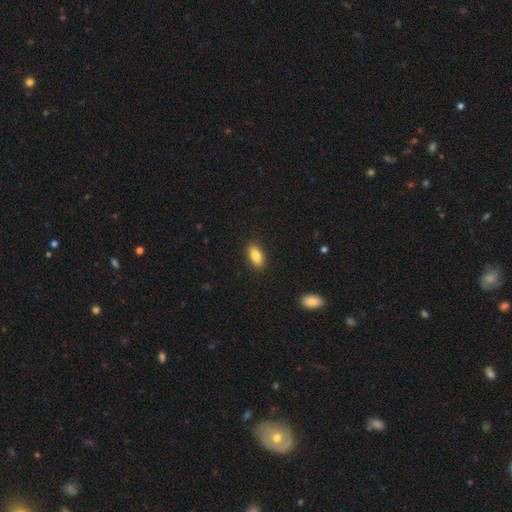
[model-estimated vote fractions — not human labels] A smooth galaxy with no disk features (83%) that is in between round and cigar-shaped (88%).

Vote fractions:
- Smooth or featured? smooth: 83% / featured or disk: 10% / star or artifact: 7%
- How rounded? in between: 88% / cigar-shaped: 8% / round: 4%
- Merging? none: 89% / minor disturbance: 8% / major disturbance: 2% / merger: 1%